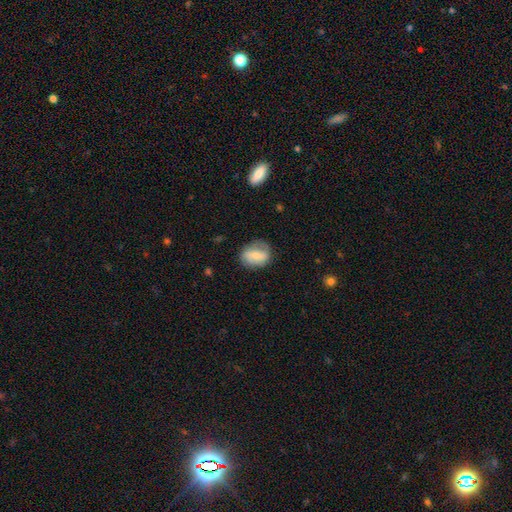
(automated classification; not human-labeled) smooth_or_featured: smooth (p=0.55) [alt: featured or disk p=0.37]
how_rounded: in between (p=0.58) [alt: round p=0.40]
merging: none (p=0.67) [alt: minor disturbance p=0.23]